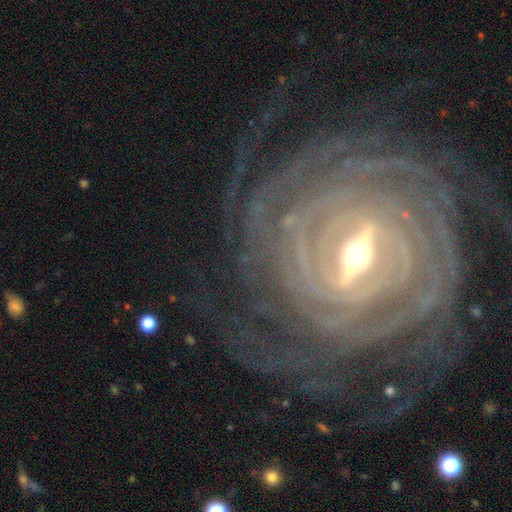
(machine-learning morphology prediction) smooth-or-featured: featured or disk: 92% | star or artifact: 5% | smooth: 3%
  disk-edge-on: no: 95% | yes: 5%
    bar: strong: 69% | weak: 24% | no: 7%
    has-spiral-arms: yes: 96% | no: 4%
      spiral-winding: tight: 87% | medium: 11% | loose: 3%
      spiral-arm-count: more than 4: 34% | can't tell: 20% | 4: 19% | 3: 10% | 2: 9% | 1: 7%
    bulge-size: moderate: 62% | small: 30% | large: 6% | dominant: 1% | none: 1%
  merging: none: 78% | minor disturbance: 12% | major disturbance: 9% | merger: 2%